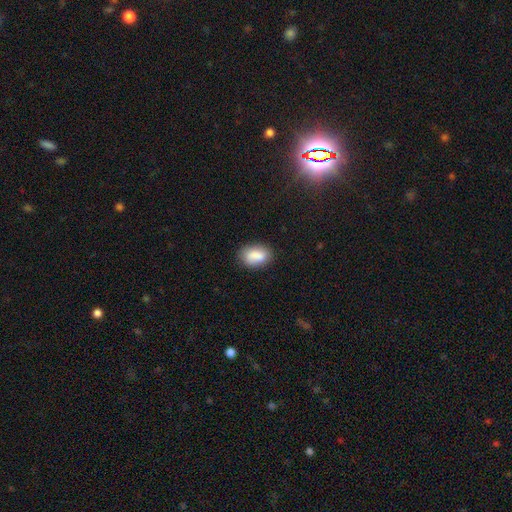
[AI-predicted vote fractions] Overall: smooth (87%). How rounded: in between (88%). Merging: none (80%).